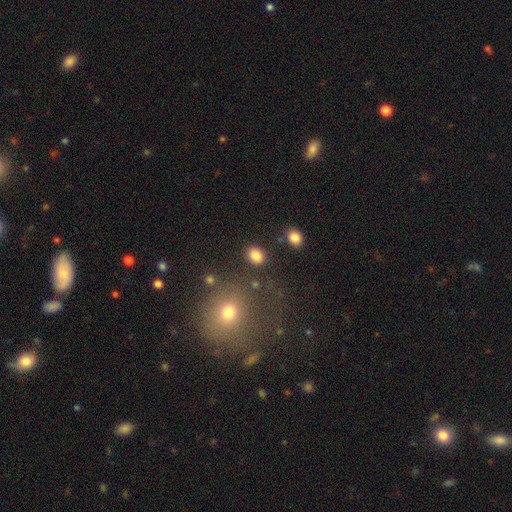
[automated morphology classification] smooth-or-featured: smooth: 85% | star or artifact: 10% | featured or disk: 5%
  how-rounded: in between: 56% | round: 43% | cigar-shaped: 1%
  merging: none: 84% | minor disturbance: 9% | merger: 4% | major disturbance: 3%